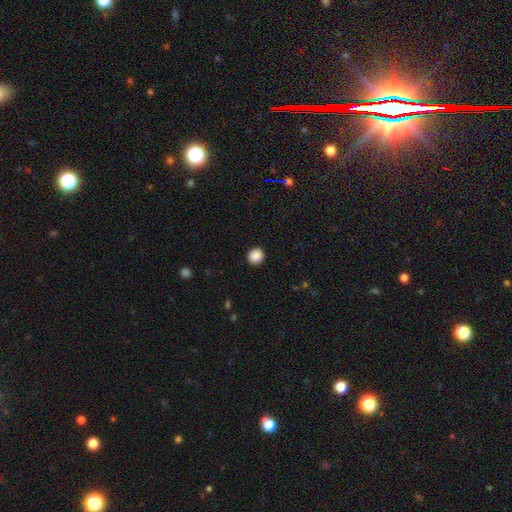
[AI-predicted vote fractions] This appears to be a smooth galaxy with no disk features (88%) that is round (94%). Merging: none (93%).